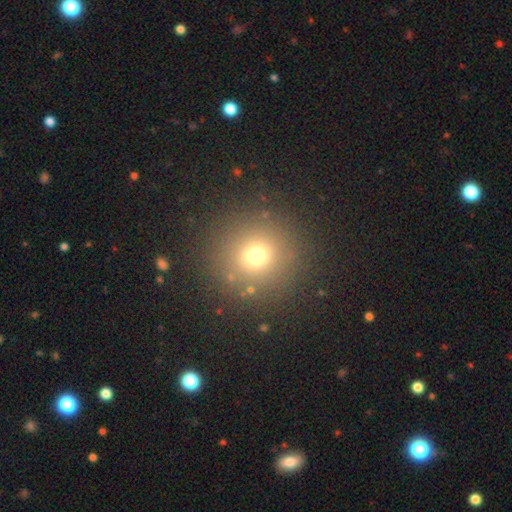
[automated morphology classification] type=smooth (70%); roundness=round (92%); merging=none (87%).